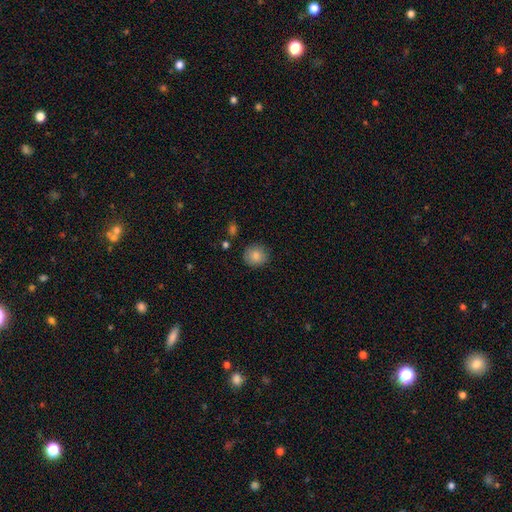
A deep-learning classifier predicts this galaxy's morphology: smooth-or-featured: smooth: 86% | star or artifact: 9% | featured or disk: 6%
  how-rounded: round: 87% | in between: 12% | cigar-shaped: 1%
  merging: none: 87% | minor disturbance: 9% | major disturbance: 2% | merger: 2%